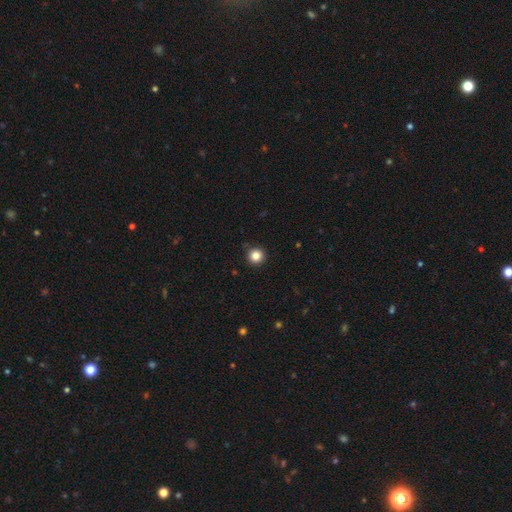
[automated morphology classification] Smooth or featured? smooth (85%)
How rounded? round (96%)
Merging? none (92%)